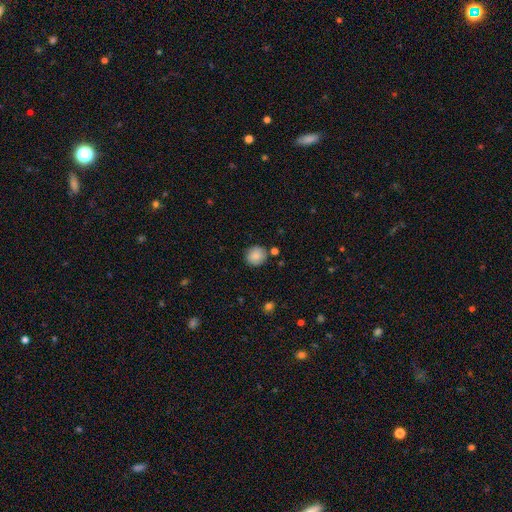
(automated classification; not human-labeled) smooth 86%, star or artifact 8%, featured or disk 6%. Down the decision tree: how rounded — round (89%); merging — none (84%).